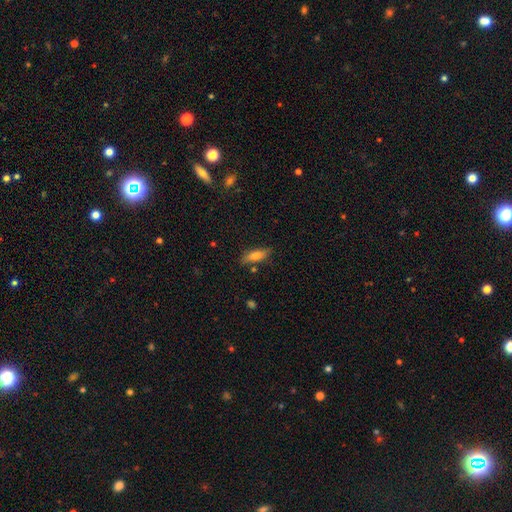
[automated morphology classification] The model was most divided on "how rounded": in between: 60%, cigar-shaped: 37%, round: 3%. More confident: merging — none (79%); smooth or featured — smooth (71%).